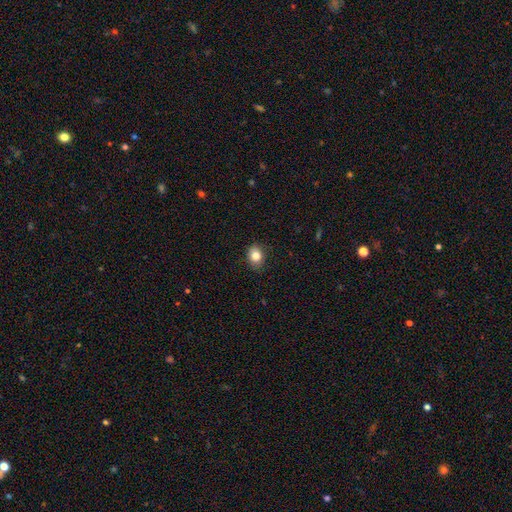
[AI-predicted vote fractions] Smooth or featured?
  - smooth: 84% *
  - star or artifact: 9%
  - featured or disk: 7%
How rounded?
  - in between: 61% *
  - round: 38%
  - cigar-shaped: 1%
Merging?
  - none: 84% *
  - minor disturbance: 12%
  - major disturbance: 3%
  - merger: 1%